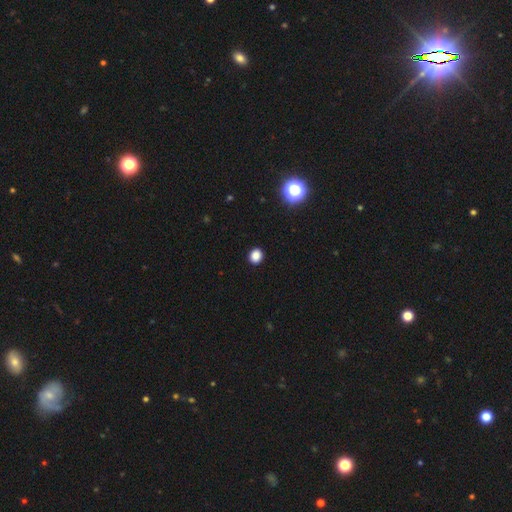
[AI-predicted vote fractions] Q: Smooth or featured?
A: smooth (85%); runner-up: star or artifact (12%)
Q: How rounded?
A: round (71%); runner-up: in between (28%)
Q: Merging?
A: none (92%); runner-up: minor disturbance (5%)